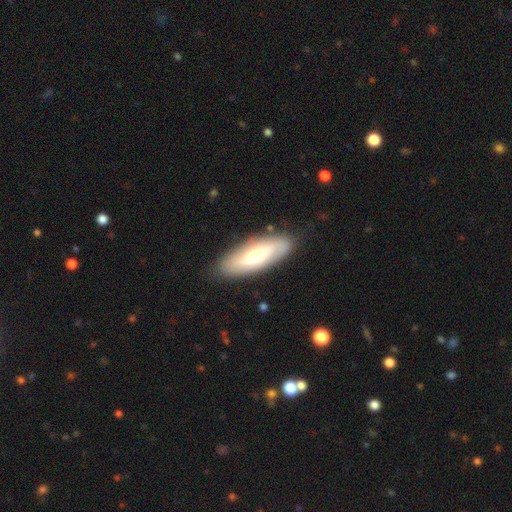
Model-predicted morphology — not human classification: Smooth or featured: smooth — 54% (featured or disk — 39%)
How rounded: in between — 66% (cigar-shaped — 32%)
Merging: none — 85% (minor disturbance — 11%)